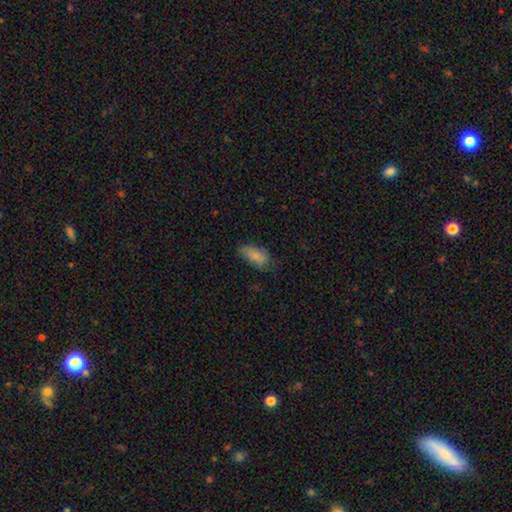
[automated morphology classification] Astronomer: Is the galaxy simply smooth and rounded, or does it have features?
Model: smooth — 82%.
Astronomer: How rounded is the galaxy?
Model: in between — 89%.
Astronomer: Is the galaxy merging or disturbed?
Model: none — 58%.